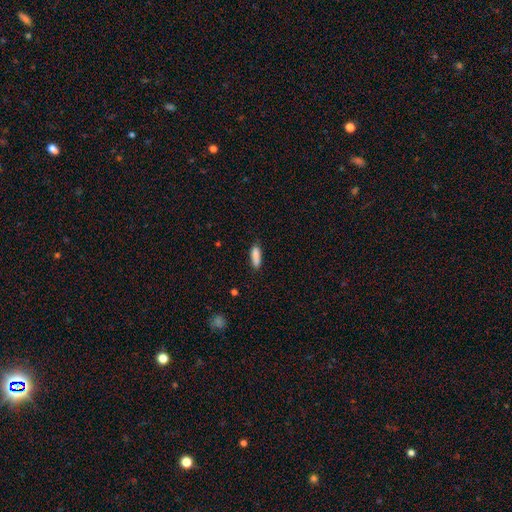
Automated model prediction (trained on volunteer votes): Smooth or featured?
  - smooth: 87% *
  - star or artifact: 7%
  - featured or disk: 6%
How rounded?
  - in between: 51% *
  - cigar-shaped: 47%
  - round: 2%
Merging?
  - none: 80% *
  - minor disturbance: 15%
  - major disturbance: 3%
  - merger: 2%